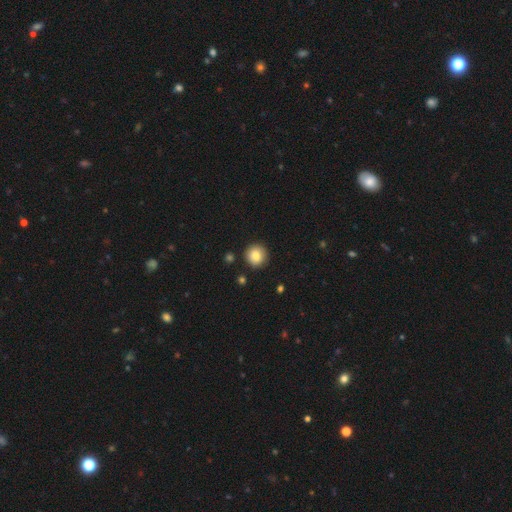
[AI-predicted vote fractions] Smooth or featured?
  - smooth: 84% *
  - star or artifact: 9%
  - featured or disk: 7%
How rounded?
  - round: 94% *
  - in between: 5%
  - cigar-shaped: 1%
Merging?
  - none: 89% *
  - minor disturbance: 7%
  - merger: 2%
  - major disturbance: 2%